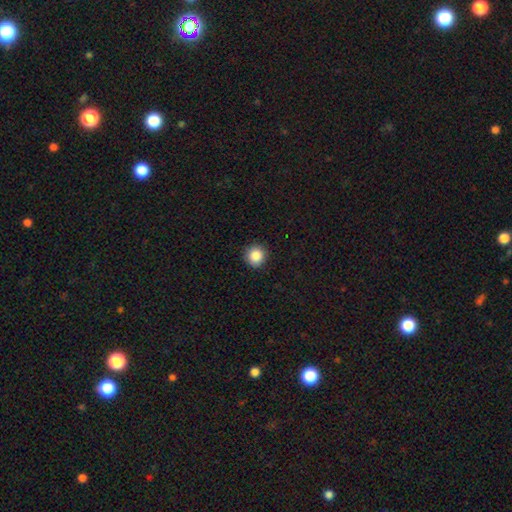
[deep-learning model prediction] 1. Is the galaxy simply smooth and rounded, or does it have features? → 87% smooth, 9% star or artifact, 4% featured or disk.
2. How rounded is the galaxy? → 93% round, 6% in between, 1% cigar-shaped.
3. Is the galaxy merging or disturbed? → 91% none, 7% minor disturbance, 2% major disturbance, 1% merger.